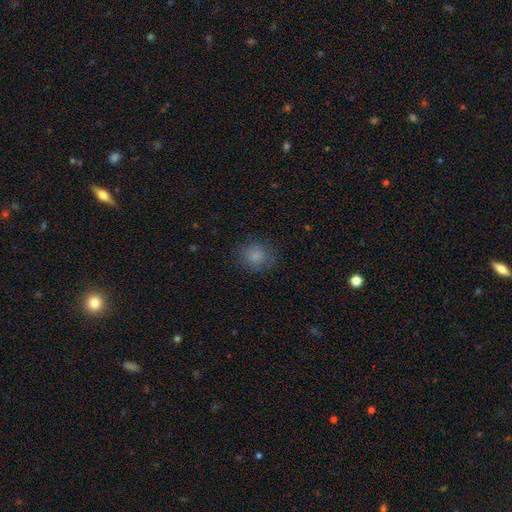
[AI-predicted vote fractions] Morphology: type=smooth (82%); roundness=round (78%); merging=none (79%).